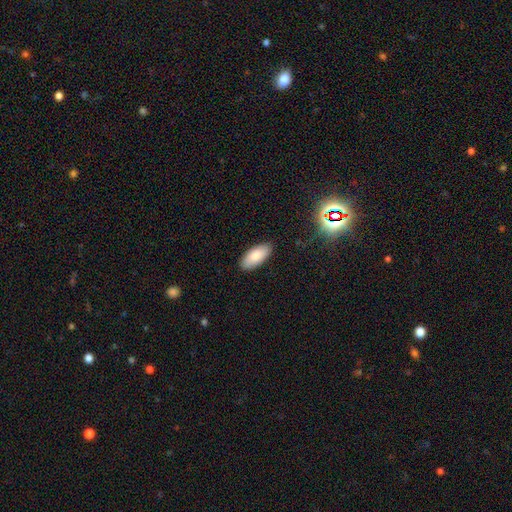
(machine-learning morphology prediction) smooth-or-featured: smooth: 85% | featured or disk: 9% | star or artifact: 7%
  how-rounded: in between: 89% | cigar-shaped: 9% | round: 2%
  merging: none: 88% | minor disturbance: 9% | major disturbance: 2% | merger: 1%